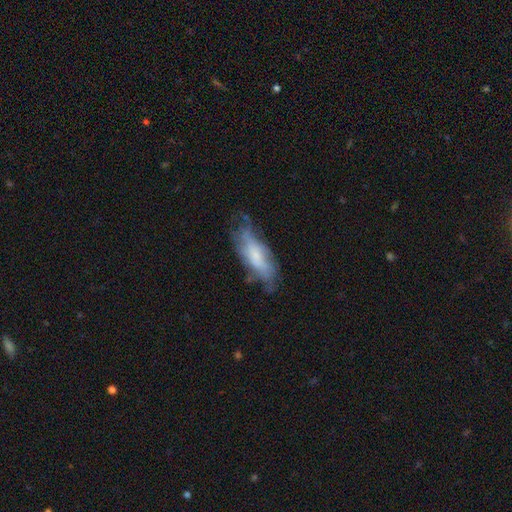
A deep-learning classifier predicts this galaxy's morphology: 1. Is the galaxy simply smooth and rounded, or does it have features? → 47% featured or disk, 45% smooth, 8% star or artifact.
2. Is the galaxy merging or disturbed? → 49% none, 31% minor disturbance, 17% major disturbance, 3% merger.